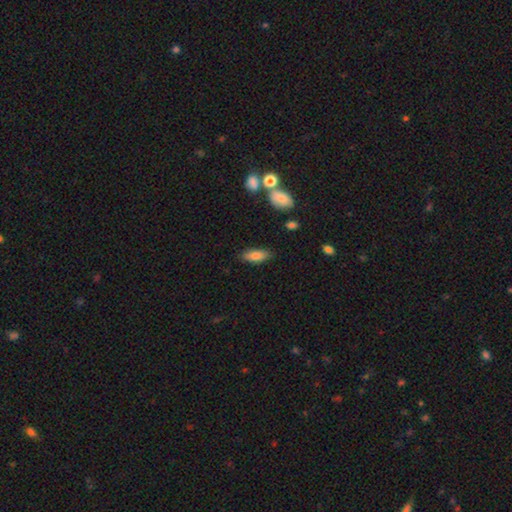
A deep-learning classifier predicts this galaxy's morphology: This appears to be a smooth galaxy with no disk features (79%) that is in between round and cigar-shaped (75%). Merging: none (83%).